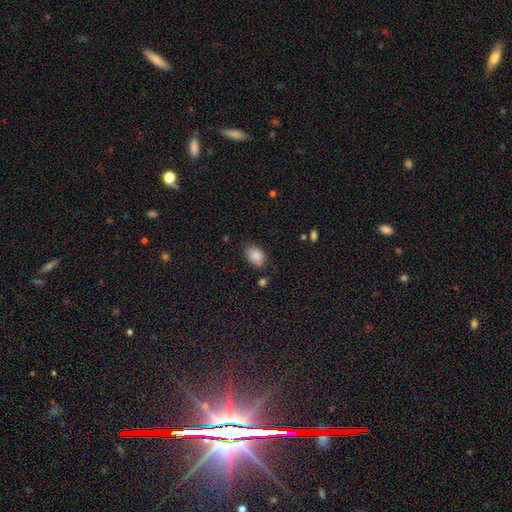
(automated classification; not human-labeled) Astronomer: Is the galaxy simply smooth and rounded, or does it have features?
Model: smooth — 86%.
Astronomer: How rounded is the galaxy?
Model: in between — 84%.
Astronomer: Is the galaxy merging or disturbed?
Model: none — 71%.